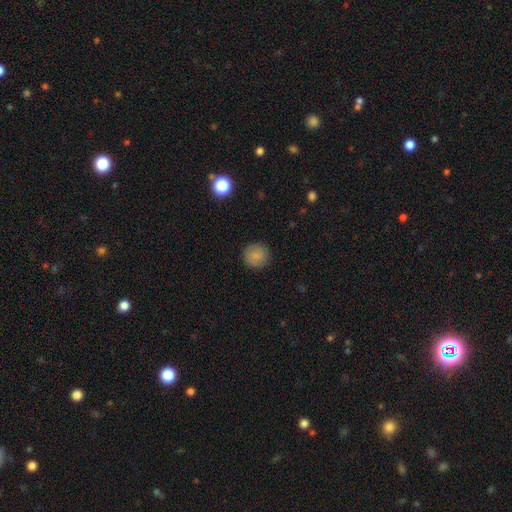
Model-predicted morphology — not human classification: This appears to be a smooth galaxy with no disk features (85%) that is round (93%). Merging: none (88%).